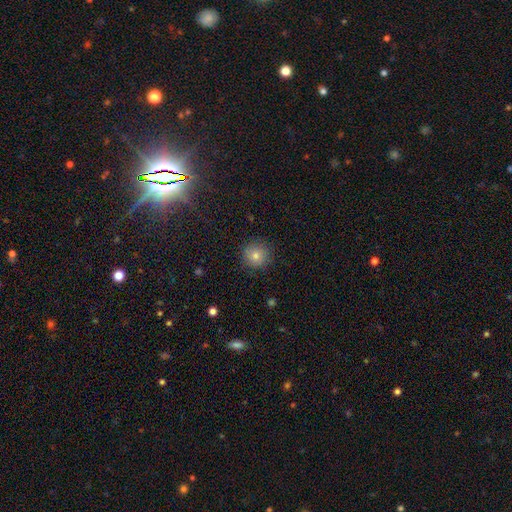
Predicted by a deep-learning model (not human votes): smooth_or_featured: smooth (p=0.72) [alt: star or artifact p=0.16]
how_rounded: round (p=0.94) [alt: in between p=0.05]
merging: none (p=0.88) [alt: minor disturbance p=0.08]